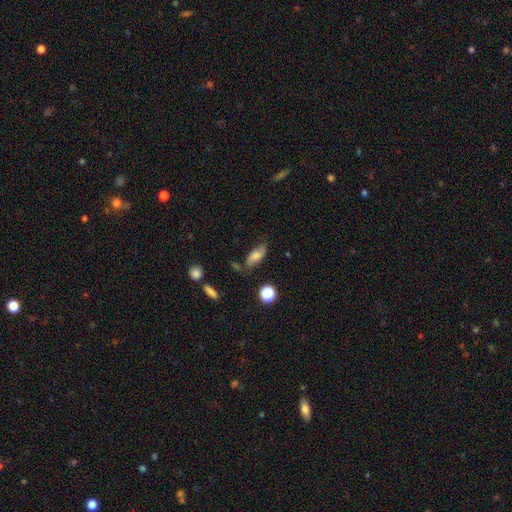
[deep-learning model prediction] Overall: smooth (65%). How rounded: in between (81%). Merging: none (66%).